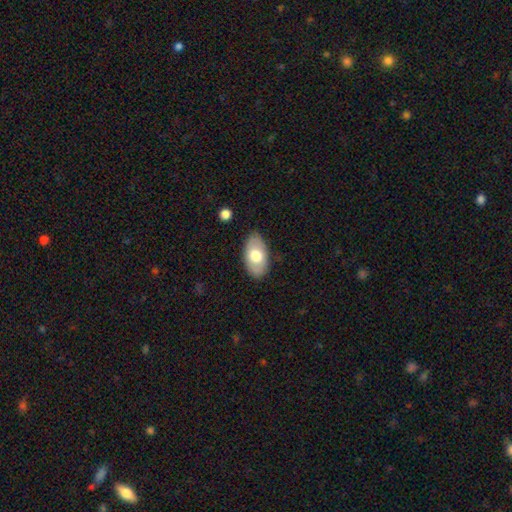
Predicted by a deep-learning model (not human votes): Q: Smooth or featured?
A: smooth (67%); runner-up: featured or disk (27%)
Q: How rounded?
A: in between (94%); runner-up: round (5%)
Q: Merging?
A: none (83%); runner-up: minor disturbance (13%)